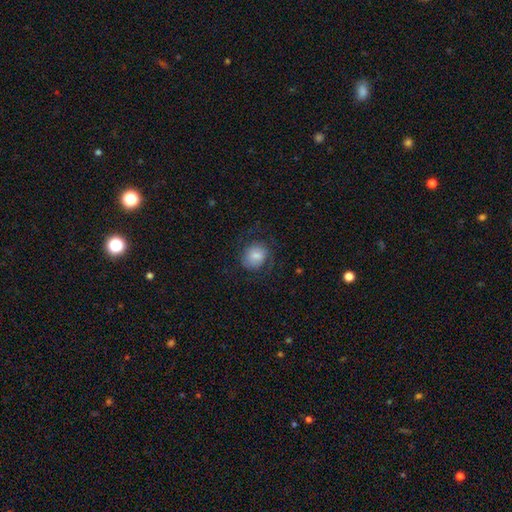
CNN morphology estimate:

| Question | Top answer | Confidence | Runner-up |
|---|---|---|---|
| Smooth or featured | smooth | 65% | featured or disk (27%) |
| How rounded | round | 69% | in between (30%) |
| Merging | none | 65% | minor disturbance (17%) |